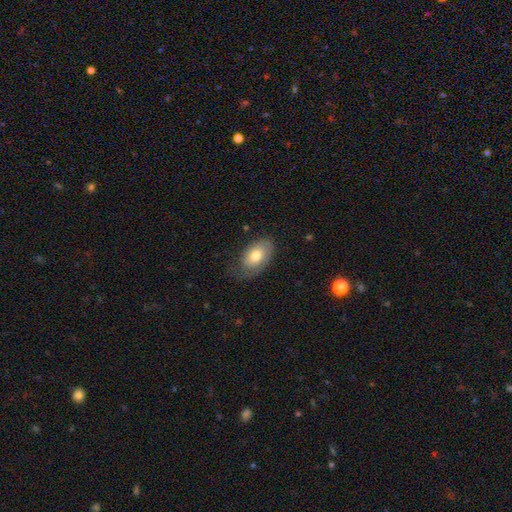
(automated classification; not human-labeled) Smooth or featured? smooth (66%)
How rounded? in between (92%)
Merging? none (60%)